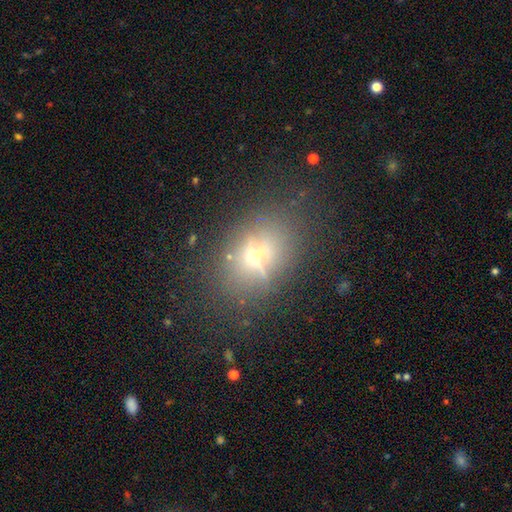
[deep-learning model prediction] smooth-or-featured: smooth: 45% | featured or disk: 35% | star or artifact: 20%
  merging: none: 71% | minor disturbance: 17% | major disturbance: 9% | merger: 3%